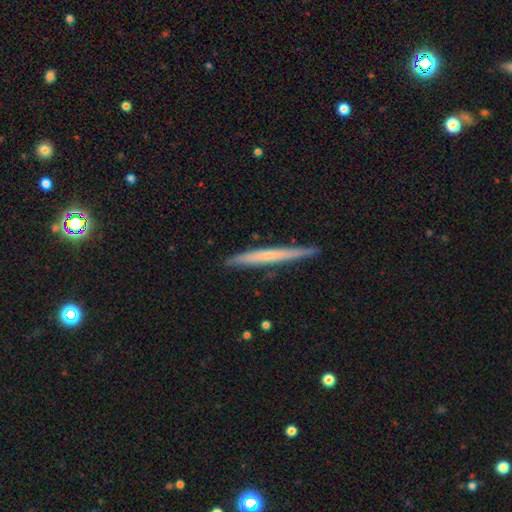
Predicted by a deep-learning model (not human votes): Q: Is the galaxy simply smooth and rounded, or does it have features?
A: smooth — 49%.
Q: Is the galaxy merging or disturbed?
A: none — 88%.